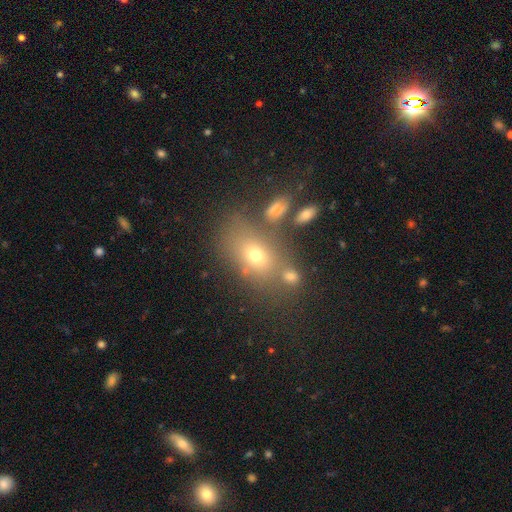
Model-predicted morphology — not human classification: Smooth or featured? smooth (63%)
How rounded? in between (75%)
Merging? none (62%)